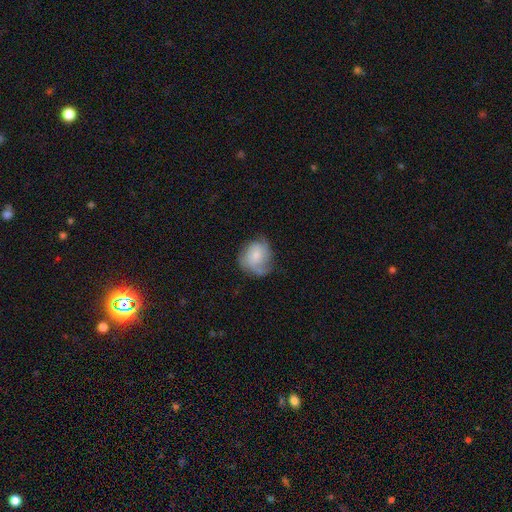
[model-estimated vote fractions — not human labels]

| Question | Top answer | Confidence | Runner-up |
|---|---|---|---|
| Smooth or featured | featured or disk | 49% | smooth (44%) |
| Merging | none | 55% | minor disturbance (29%) |